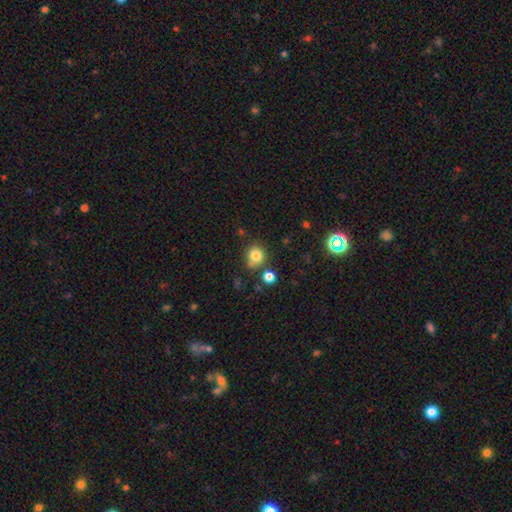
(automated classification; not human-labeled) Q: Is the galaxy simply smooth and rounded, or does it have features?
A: smooth — 81%.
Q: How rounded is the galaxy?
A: round — 85%.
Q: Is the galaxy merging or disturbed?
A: none — 72%.